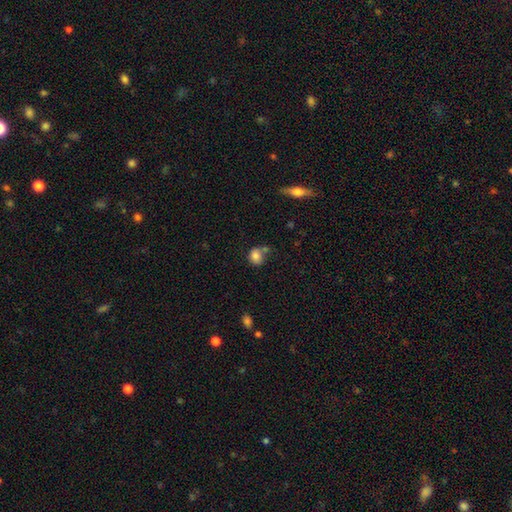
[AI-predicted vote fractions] Overall: smooth (81%). How rounded: round (58%; in between 40%). Merging: none (53%; merger 22%).